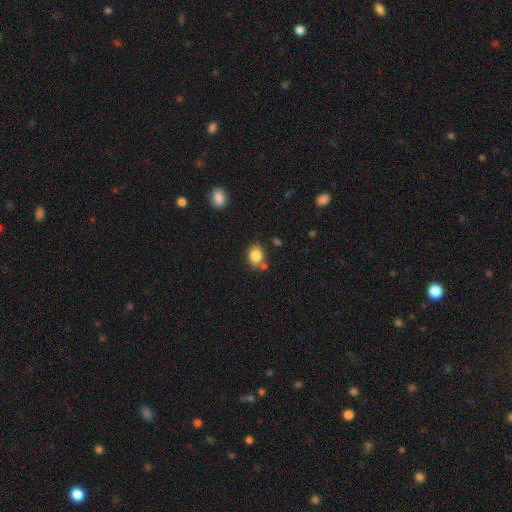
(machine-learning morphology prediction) Smooth or featured? smooth (86%)
How rounded? in between (51%)
Merging? none (72%)